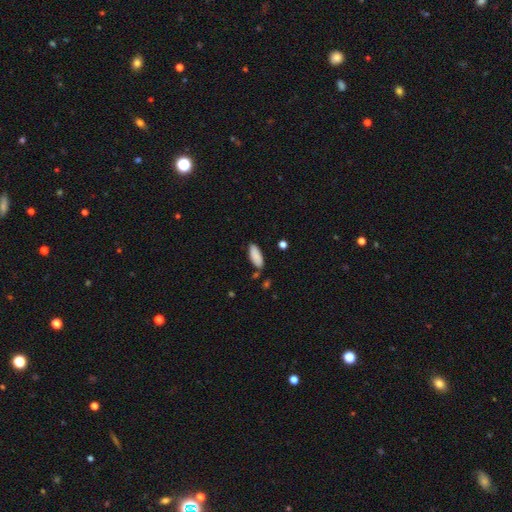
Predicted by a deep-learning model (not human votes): Smooth or featured? smooth (88%)
How rounded? in between (76%)
Merging? none (79%)